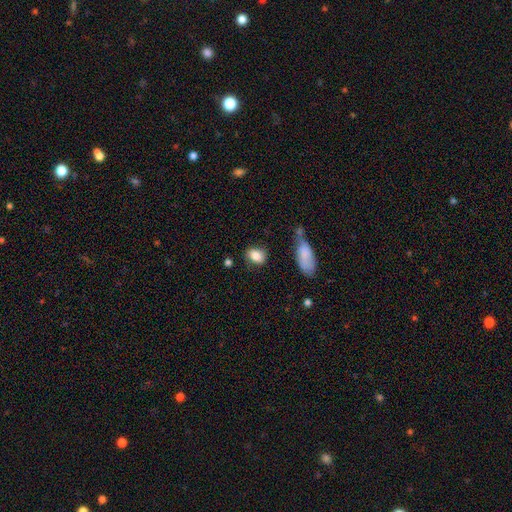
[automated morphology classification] type=smooth (84%); roundness=in between (66%); merging=none (75%).